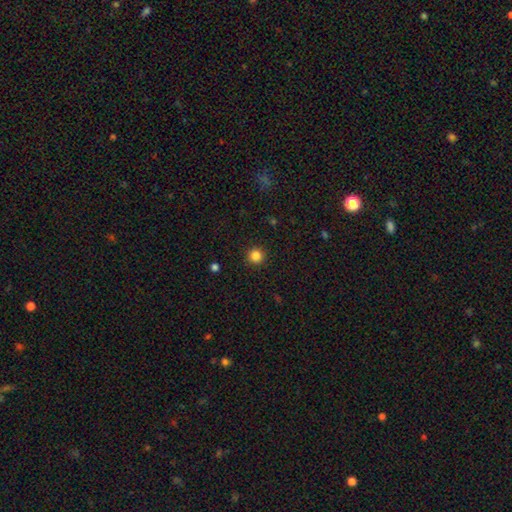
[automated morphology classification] A smooth galaxy with no disk features (85%) that is round (95%). Merging: none (93%).